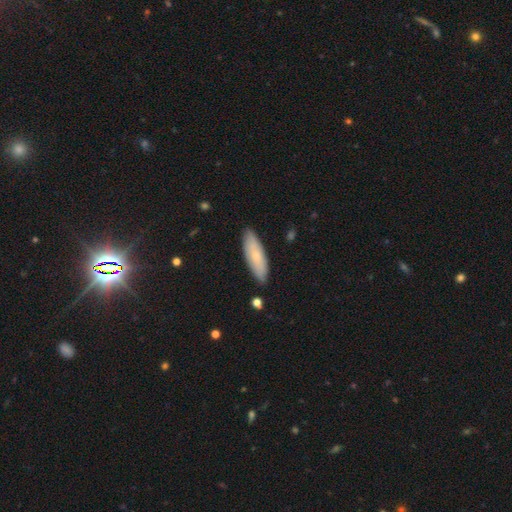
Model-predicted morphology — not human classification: The model was most divided on "how rounded": in between: 52%, cigar-shaped: 46%, round: 2%. More confident: merging — none (86%); smooth or featured — smooth (71%).